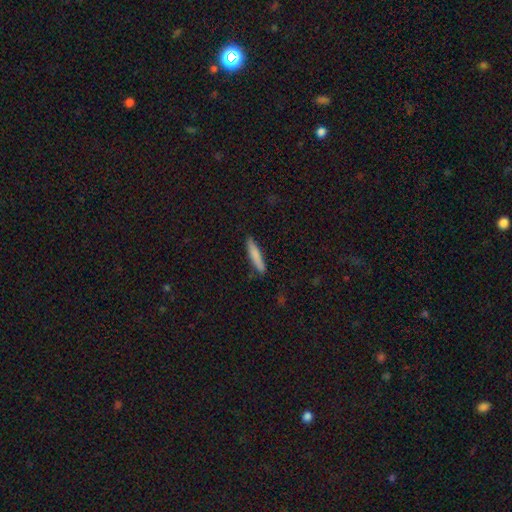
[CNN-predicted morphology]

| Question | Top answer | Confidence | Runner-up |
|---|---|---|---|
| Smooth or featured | smooth | 81% | featured or disk (14%) |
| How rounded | cigar-shaped | 89% | in between (9%) |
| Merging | none | 86% | minor disturbance (11%) |